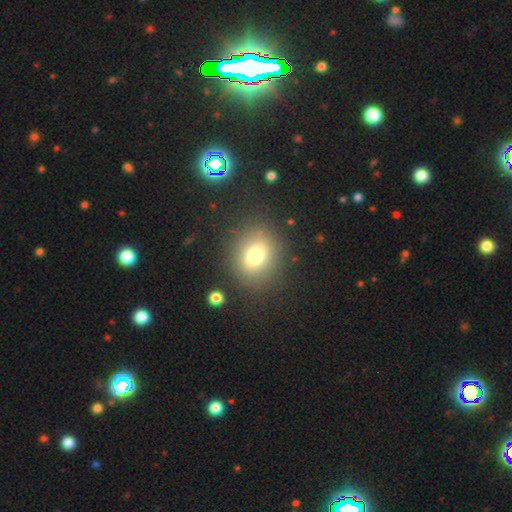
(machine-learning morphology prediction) Smooth or featured? Predicted: smooth (p=0.73). How rounded? Predicted: round (p=0.64). Merging? Predicted: none (p=0.83).